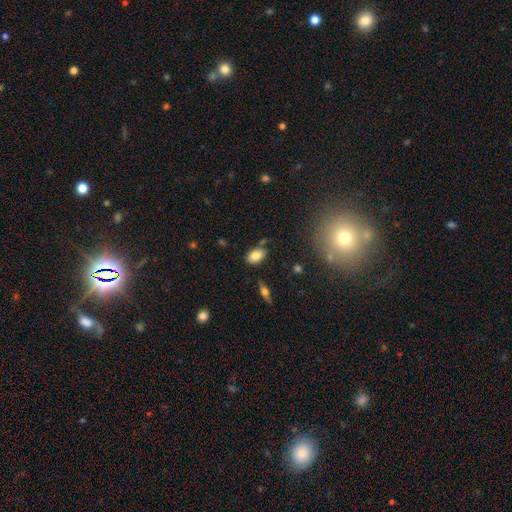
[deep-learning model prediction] Smooth or featured?
  - smooth: 83% *
  - star or artifact: 9%
  - featured or disk: 8%
How rounded?
  - in between: 89% *
  - round: 9%
  - cigar-shaped: 2%
Merging?
  - none: 77% *
  - minor disturbance: 15%
  - merger: 5%
  - major disturbance: 3%